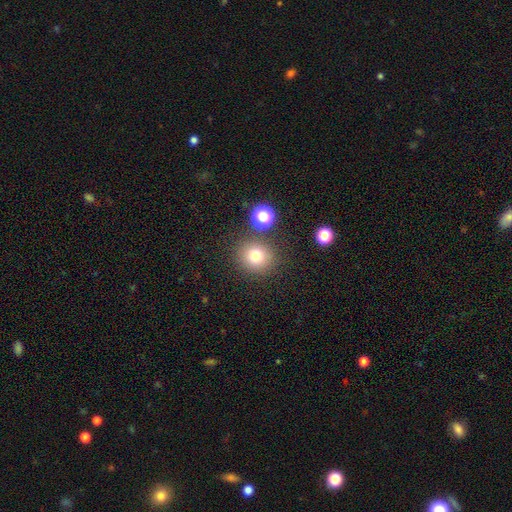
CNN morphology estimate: A smooth galaxy with no disk features (76%) that is round (88%).

Vote fractions:
- Smooth or featured? smooth: 76% / star or artifact: 15% / featured or disk: 9%
- How rounded? round: 88% / in between: 11% / cigar-shaped: 1%
- Merging? none: 81% / minor disturbance: 9% / merger: 7% / major disturbance: 3%